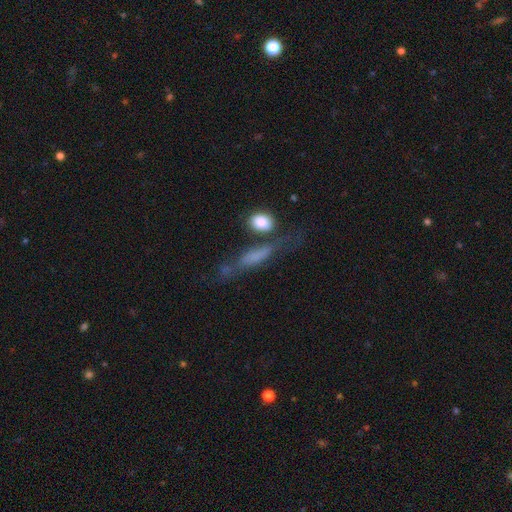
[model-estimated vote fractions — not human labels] This appears to be a smooth galaxy with no disk features (52%) that is cigar-shaped (60%). Merging: none (47%).